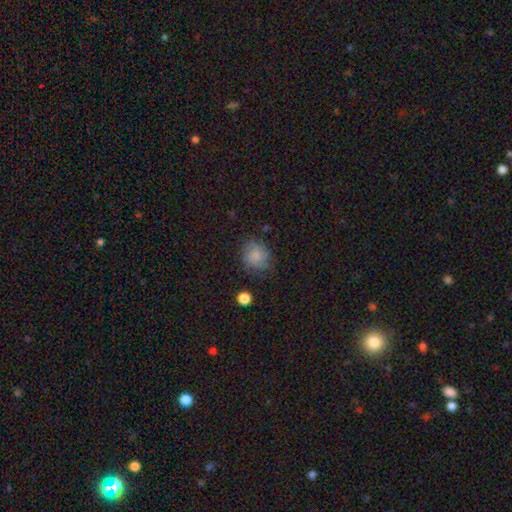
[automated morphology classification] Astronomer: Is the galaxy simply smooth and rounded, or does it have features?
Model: smooth — 79%.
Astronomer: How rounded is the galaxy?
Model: round — 75%.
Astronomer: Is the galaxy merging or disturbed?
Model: none — 72%.